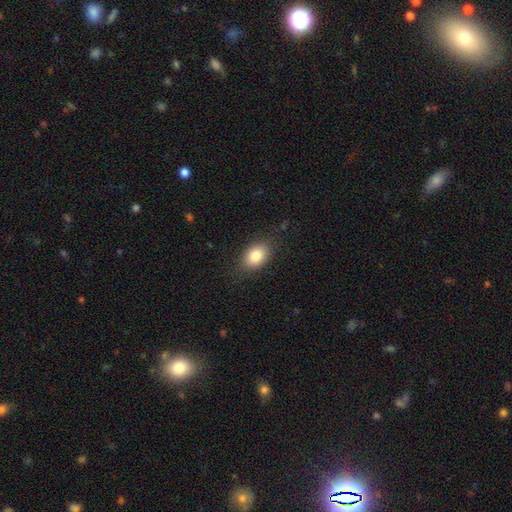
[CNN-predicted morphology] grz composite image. It shows a smooth galaxy with no disk features (83%) that is in between round and cigar-shaped (83%). Merging: none (81%).